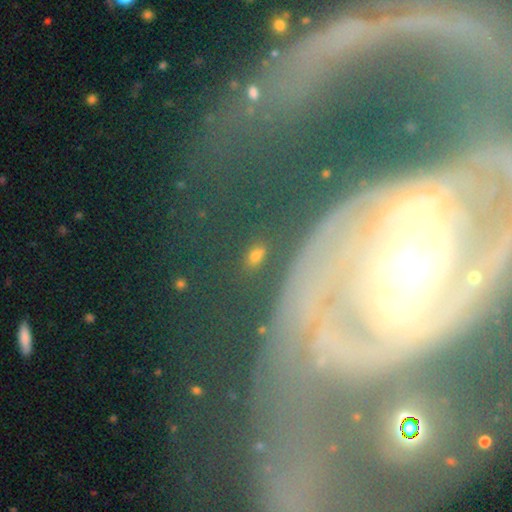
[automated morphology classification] Smooth or featured: smooth — 61% (star or artifact — 30%)
How rounded: in between — 74% (round — 19%)
Merging: none — 78% (minor disturbance — 11%)